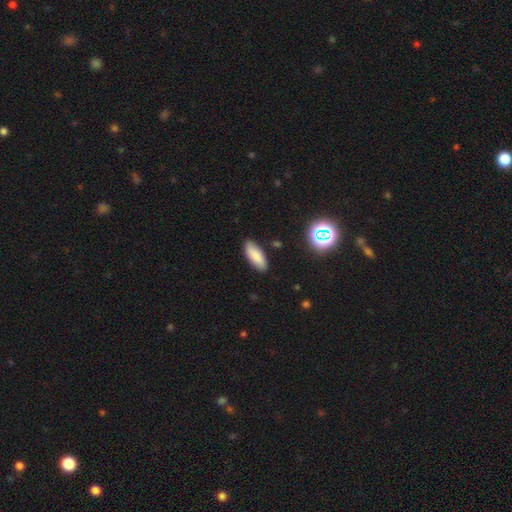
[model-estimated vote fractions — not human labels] Smooth or featured? smooth (84%)
How rounded? in between (74%)
Merging? none (87%)